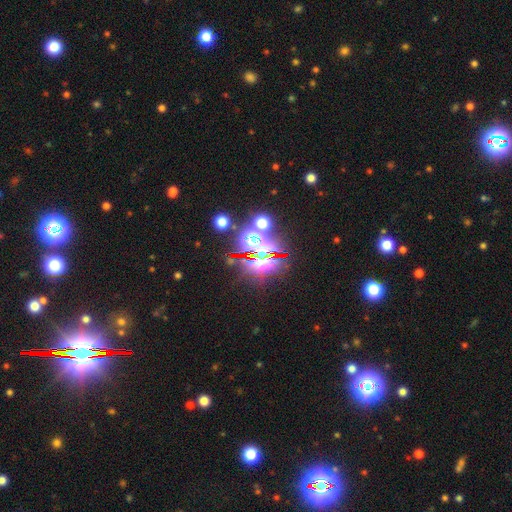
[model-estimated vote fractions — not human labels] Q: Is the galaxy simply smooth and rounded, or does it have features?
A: star or artifact — 77%.